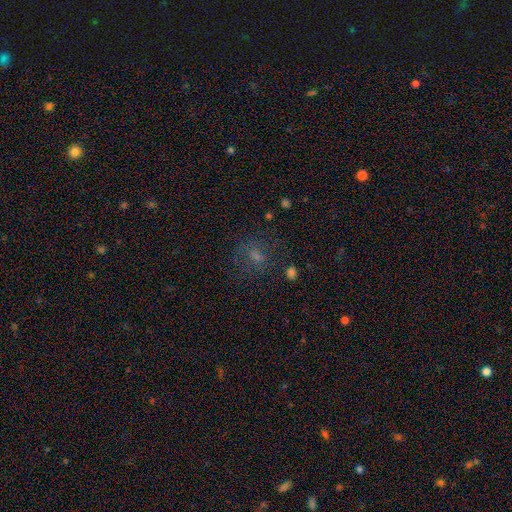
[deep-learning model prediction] Morphology: type=smooth (54%); roundness=round (55%); merging=none (63%).